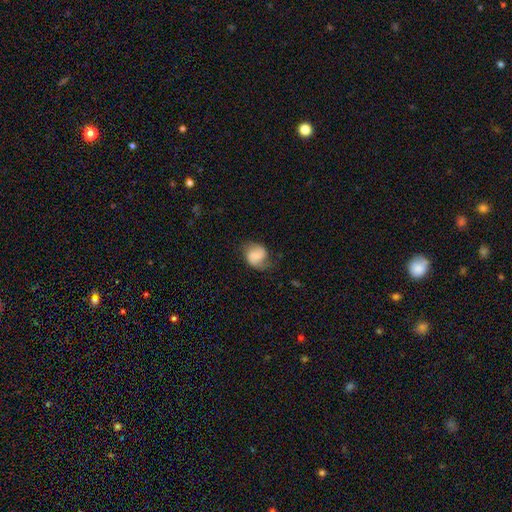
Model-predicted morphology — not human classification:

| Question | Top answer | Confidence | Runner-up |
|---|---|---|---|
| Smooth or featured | smooth | 57% | featured or disk (34%) |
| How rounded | round | 60% | in between (39%) |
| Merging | none | 60% | minor disturbance (27%) |